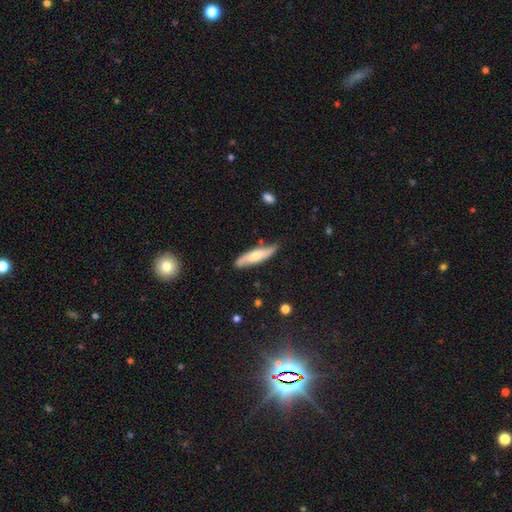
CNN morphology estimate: Overall: smooth (55%; featured or disk 40%). How rounded: cigar-shaped (72%). Merging: none (73%).